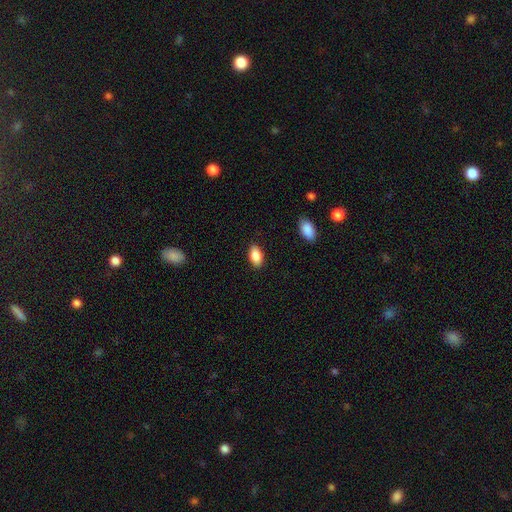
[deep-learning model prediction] Morphology: type=smooth (87%); roundness=in between (93%); merging=none (87%).